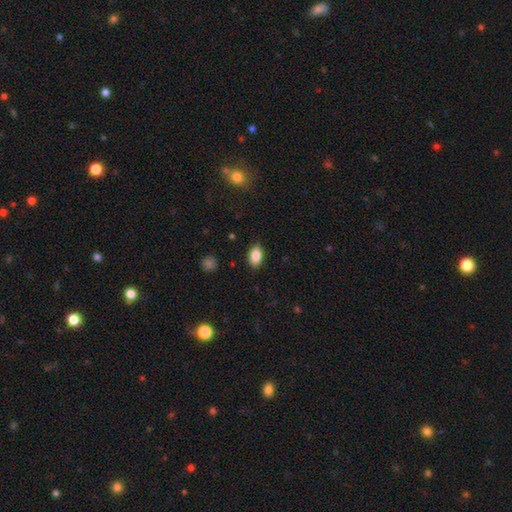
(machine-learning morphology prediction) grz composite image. It shows a smooth galaxy with no disk features (86%) that is in between round and cigar-shaped (91%). Merging: none (87%).